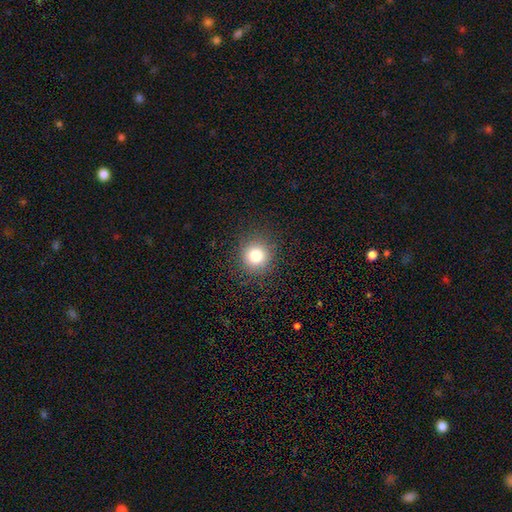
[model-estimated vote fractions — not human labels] Smooth or featured: smooth — 79% (star or artifact — 14%)
How rounded: round — 92% (in between — 7%)
Merging: none — 89% (minor disturbance — 7%)